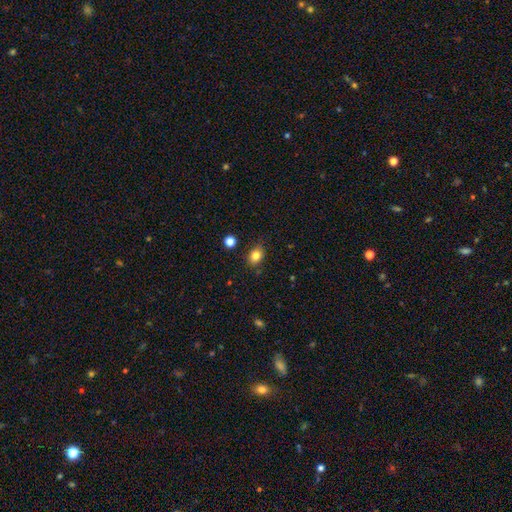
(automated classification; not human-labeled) Smooth or featured: smooth — 83% (star or artifact — 11%)
How rounded: in between — 62% (round — 37%)
Merging: none — 80% (minor disturbance — 14%)